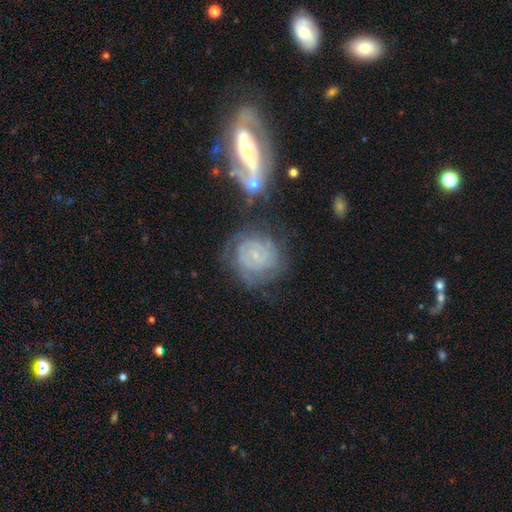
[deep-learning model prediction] Smooth or featured? featured or disk (77%)
Edge-on disk? no (97%)
Bar? no (56%)
Spiral arms? yes (92%)
Spiral winding? tight (73%)
Spiral arm count? 2 (34%)
Bulge size? small (76%)
Merging? none (61%)